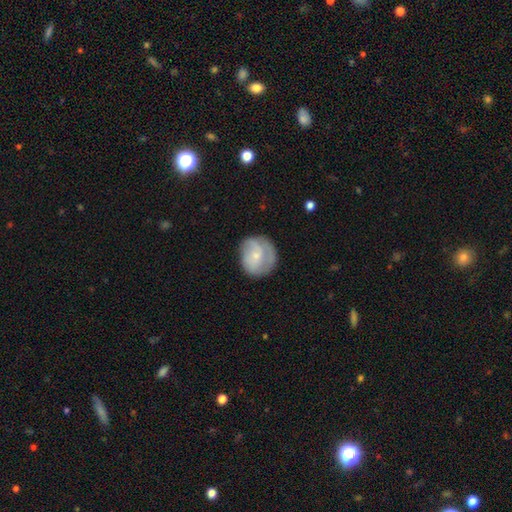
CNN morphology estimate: Smooth or featured? smooth (50%)
Merging? none (63%)